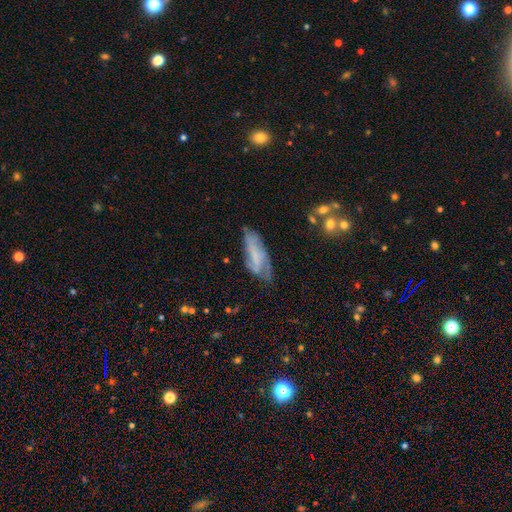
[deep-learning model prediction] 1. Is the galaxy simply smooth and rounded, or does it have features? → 50% featured or disk, 40% smooth, 9% star or artifact.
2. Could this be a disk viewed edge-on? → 84% no, 16% yes.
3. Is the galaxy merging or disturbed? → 46% none, 33% minor disturbance, 17% major disturbance, 4% merger.